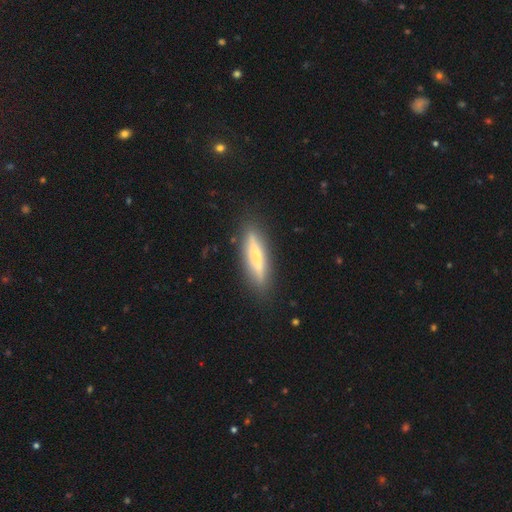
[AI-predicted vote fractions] This appears to be a smooth galaxy with no disk features (52%) that is cigar-shaped (86%). Merging: none (87%).